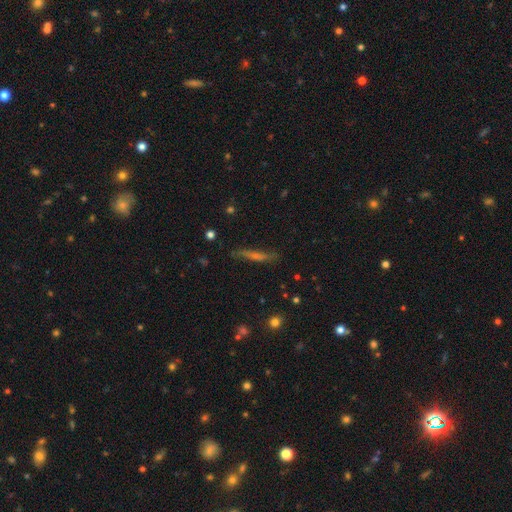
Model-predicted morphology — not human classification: Smooth or featured? Predicted: featured or disk (p=0.47). Merging? Predicted: none (p=0.81).